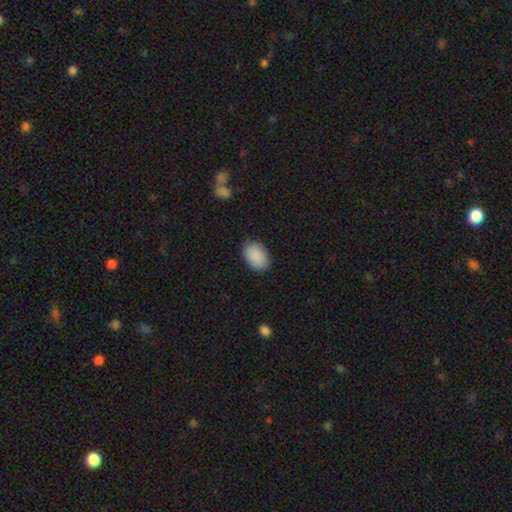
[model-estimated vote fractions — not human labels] Smooth or featured?
  - smooth: 90% *
  - star or artifact: 6%
  - featured or disk: 4%
How rounded?
  - in between: 87% *
  - round: 12%
  - cigar-shaped: 1%
Merging?
  - none: 86% *
  - minor disturbance: 10%
  - major disturbance: 2%
  - merger: 1%